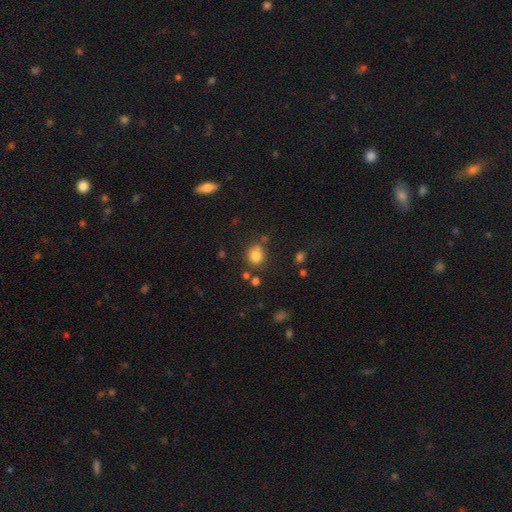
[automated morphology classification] smooth-or-featured: smooth: 79% | star or artifact: 13% | featured or disk: 8%
  how-rounded: round: 79% | in between: 20% | cigar-shaped: 1%
  merging: none: 70% | minor disturbance: 14% | merger: 12% | major disturbance: 4%